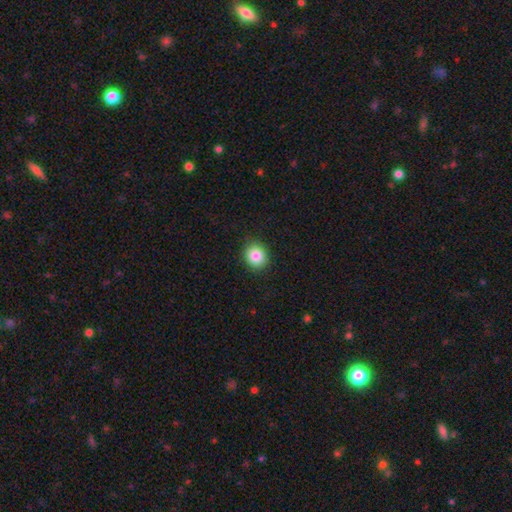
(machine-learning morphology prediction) type=smooth (84%); roundness=round (78%); merging=none (90%).